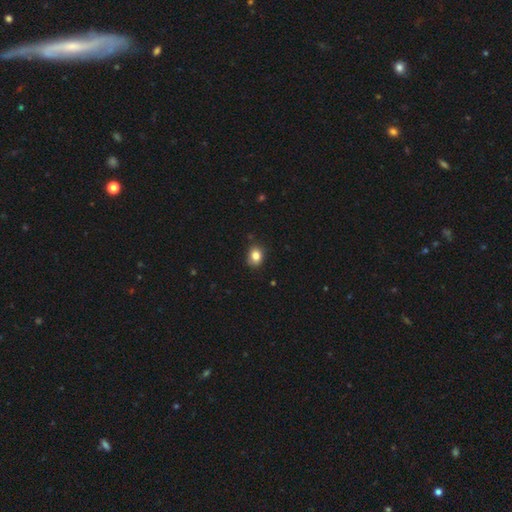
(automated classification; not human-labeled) Smooth or featured?
  - smooth: 84% *
  - star or artifact: 10%
  - featured or disk: 6%
How rounded?
  - round: 50% *
  - in between: 49%
  - cigar-shaped: 1%
Merging?
  - none: 84% *
  - minor disturbance: 12%
  - major disturbance: 2%
  - merger: 1%